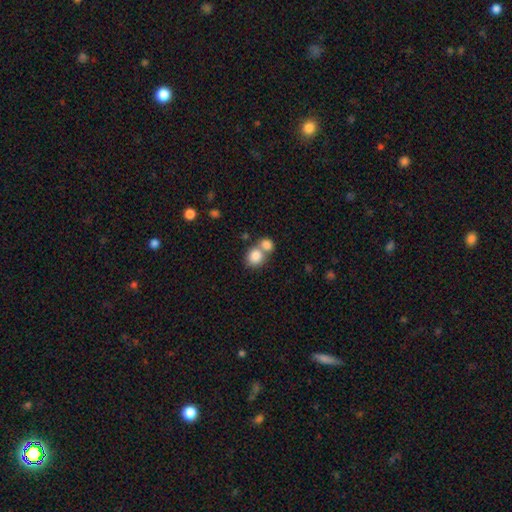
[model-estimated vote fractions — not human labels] Overall: smooth (84%). How rounded: round (76%). Merging: merger (51%; none 39%).